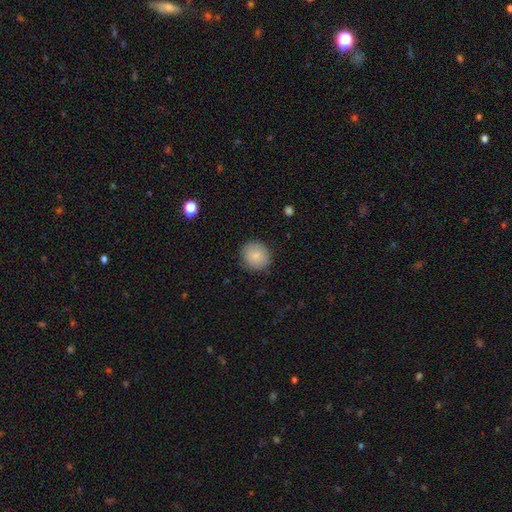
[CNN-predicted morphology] Smooth or featured?
  - smooth: 84% *
  - featured or disk: 9%
  - star or artifact: 8%
How rounded?
  - round: 84% *
  - in between: 15%
  - cigar-shaped: 1%
Merging?
  - none: 87% *
  - minor disturbance: 10%
  - major disturbance: 3%
  - merger: 1%